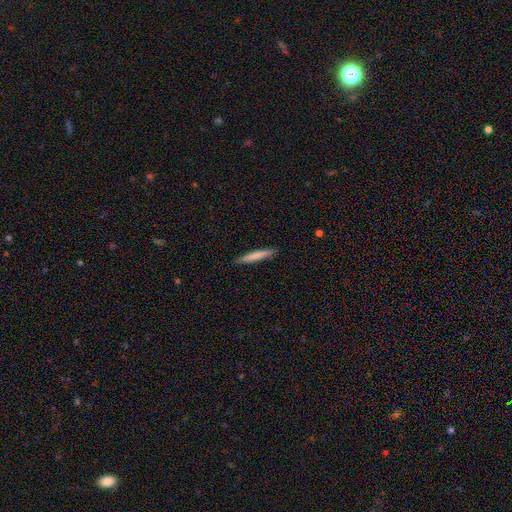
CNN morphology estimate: type=smooth (72%); roundness=cigar-shaped (95%); merging=none (90%).